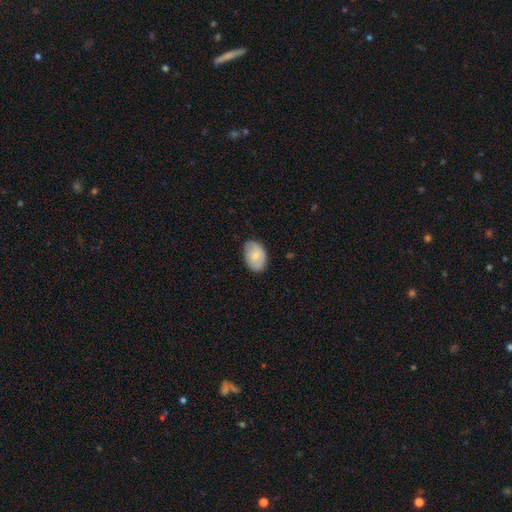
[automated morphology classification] The model was most divided on "smooth or featured": smooth: 70%, featured or disk: 24%, star or artifact: 6%. More confident: how rounded — in between (86%); merging — none (76%).